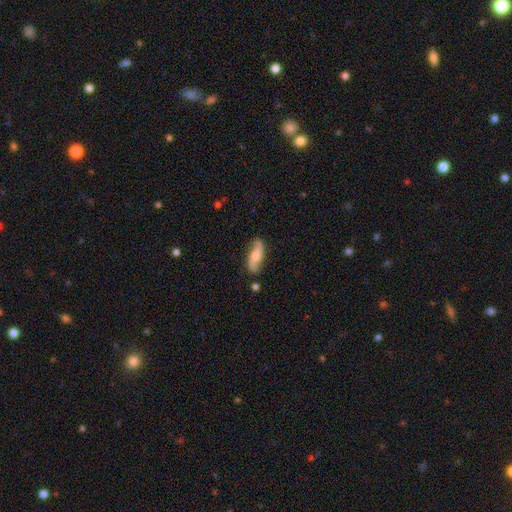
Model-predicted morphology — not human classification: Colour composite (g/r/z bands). It shows a featured or disk galaxy (55%). Merging: none (76%).